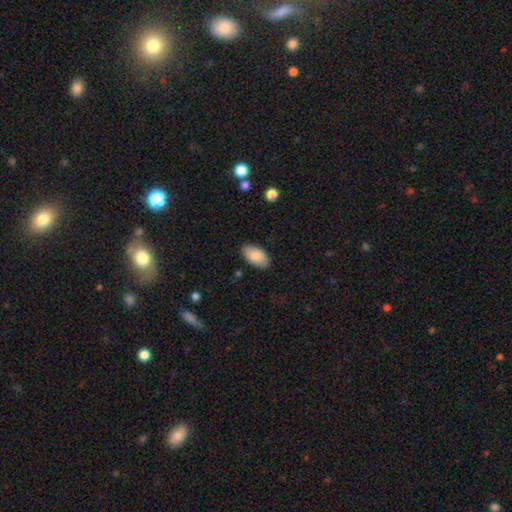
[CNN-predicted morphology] smooth 86%, featured or disk 8%, star or artifact 6%. Down the decision tree: how rounded — in between (95%); merging — none (87%).